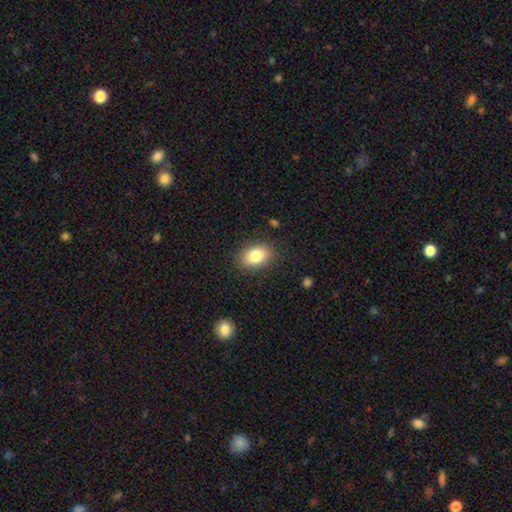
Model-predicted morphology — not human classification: Overall: smooth (82%). How rounded: in between (79%). Merging: none (86%).